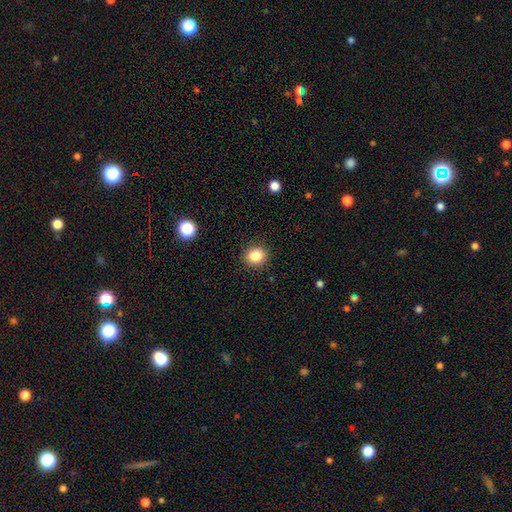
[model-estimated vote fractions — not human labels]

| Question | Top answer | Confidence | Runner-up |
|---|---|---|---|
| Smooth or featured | smooth | 85% | star or artifact (10%) |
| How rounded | round | 73% | in between (27%) |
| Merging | none | 89% | minor disturbance (7%) |